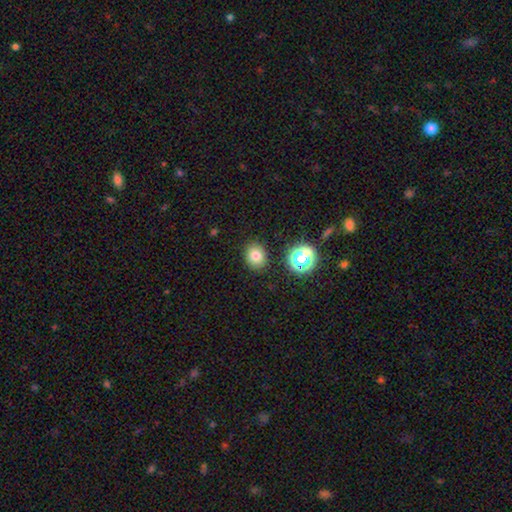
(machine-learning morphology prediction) smooth_or_featured: smooth (p=0.76) [alt: star or artifact p=0.16]
how_rounded: round (p=0.62) [alt: in between p=0.37]
merging: none (p=0.87) [alt: minor disturbance p=0.08]